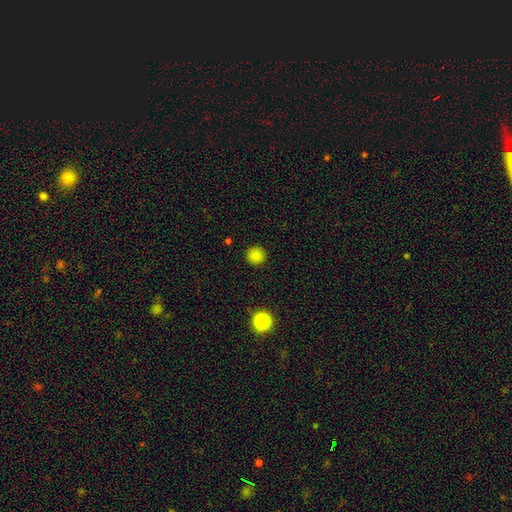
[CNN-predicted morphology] smooth_or_featured: smooth (p=0.84) [alt: star or artifact p=0.13]
how_rounded: round (p=0.94) [alt: in between p=0.05]
merging: none (p=0.91) [alt: minor disturbance p=0.06]